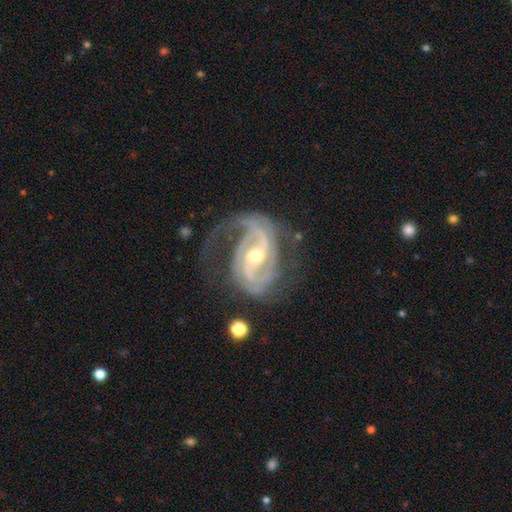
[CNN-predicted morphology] type=featured or disk (92%); edge-on=no (97%); bar=weak (42%); spiral arms=yes (98%); winding=medium (47%); arm count=2 (69%); bulge=moderate (54%); merging=none (56%).